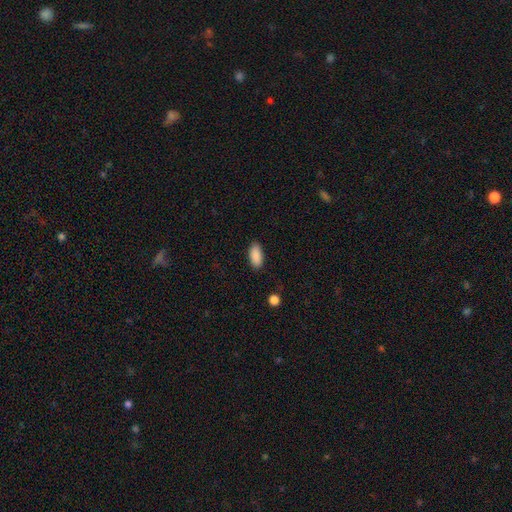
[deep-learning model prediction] smooth_or_featured: smooth (p=0.90) [alt: star or artifact p=0.07]
how_rounded: in between (p=0.88) [alt: cigar-shaped p=0.10]
merging: none (p=0.88) [alt: minor disturbance p=0.09]